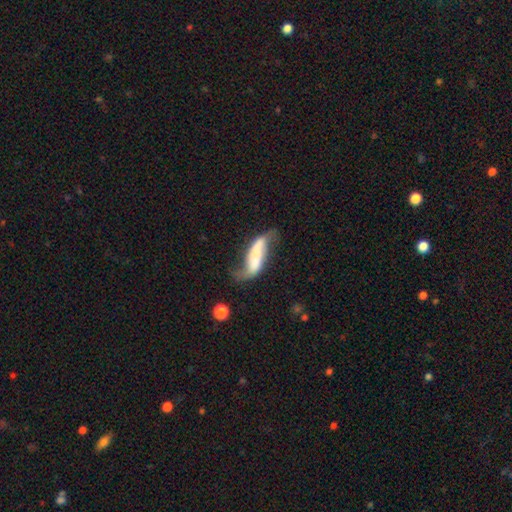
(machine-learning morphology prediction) The model was most divided on "merging": none: 43%, minor disturbance: 27%, major disturbance: 24%, merger: 5%. More confident: spiral arms — yes (86%); edge-on disk — no (86%); smooth or featured — featured or disk (65%); bulge size — none (52%); bar — strong (52%).